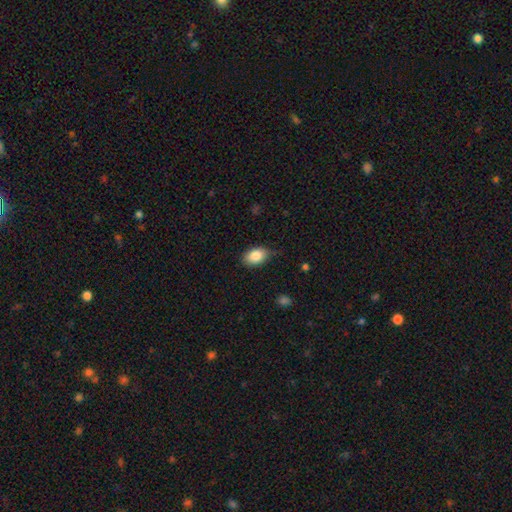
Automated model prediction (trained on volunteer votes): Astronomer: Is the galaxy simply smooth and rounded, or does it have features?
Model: smooth — 86%.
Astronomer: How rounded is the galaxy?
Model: in between — 87%.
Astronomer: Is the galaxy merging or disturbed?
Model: none — 71%.